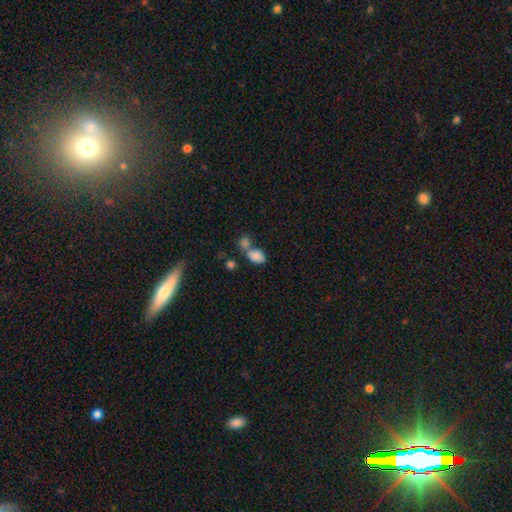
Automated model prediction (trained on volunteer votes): Morphology: type=smooth (81%); roundness=in between (79%); merging=merger (56%).